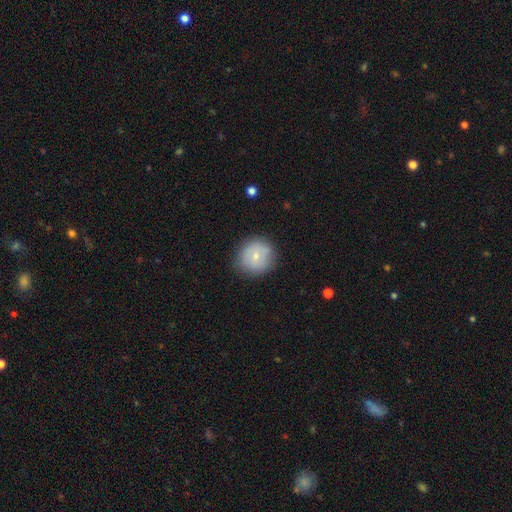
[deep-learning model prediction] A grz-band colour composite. It shows a smooth galaxy with no disk features (65%) that is round (89%). Merging: none (81%).